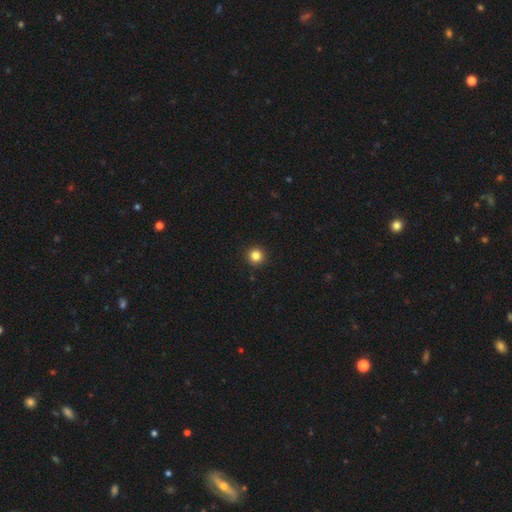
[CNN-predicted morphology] smooth-or-featured: smooth: 84% | star or artifact: 12% | featured or disk: 4%
  how-rounded: round: 96% | in between: 3% | cigar-shaped: 1%
  merging: none: 93% | minor disturbance: 4% | major disturbance: 1% | merger: 1%